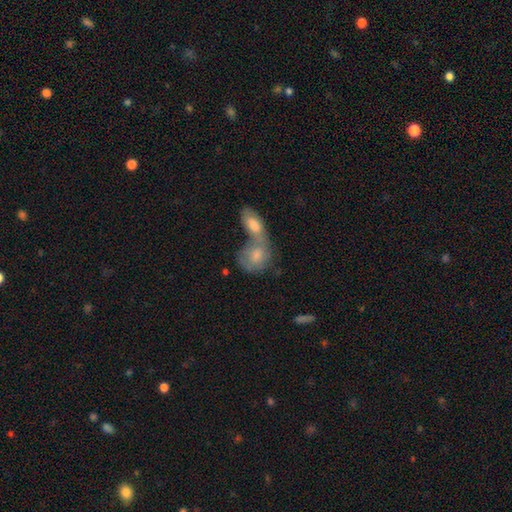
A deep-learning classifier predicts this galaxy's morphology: smooth_or_featured: smooth (p=0.73) [alt: featured or disk p=0.21]
how_rounded: in between (p=0.61) [alt: round p=0.35]
merging: merger (p=0.70) [alt: none p=0.17]